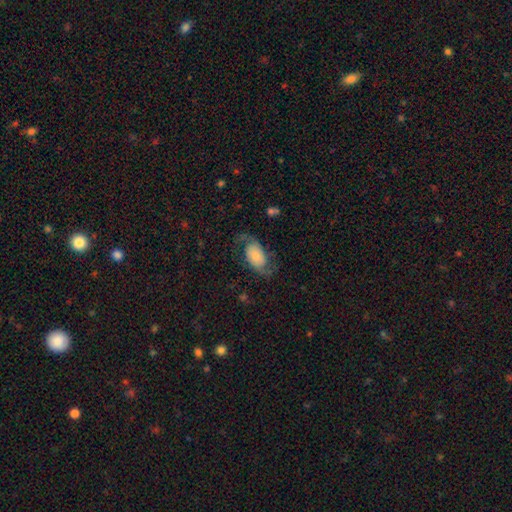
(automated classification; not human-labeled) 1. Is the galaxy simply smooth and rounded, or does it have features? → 68% featured or disk, 25% smooth, 8% star or artifact.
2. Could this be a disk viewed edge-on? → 96% no, 4% yes.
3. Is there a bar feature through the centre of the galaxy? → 68% no, 25% weak, 7% strong.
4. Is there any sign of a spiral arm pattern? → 92% yes, 8% no.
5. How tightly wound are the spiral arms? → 51% loose, 37% medium, 12% tight.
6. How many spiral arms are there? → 90% 2, 4% can't tell, 3% 1, 1% 3, 1% 4, 1% more than 4.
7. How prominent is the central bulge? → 42% small, 26% moderate, 16% large, 9% none, 8% dominant.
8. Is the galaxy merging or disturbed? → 63% none, 18% minor disturbance, 18% major disturbance, 2% merger.